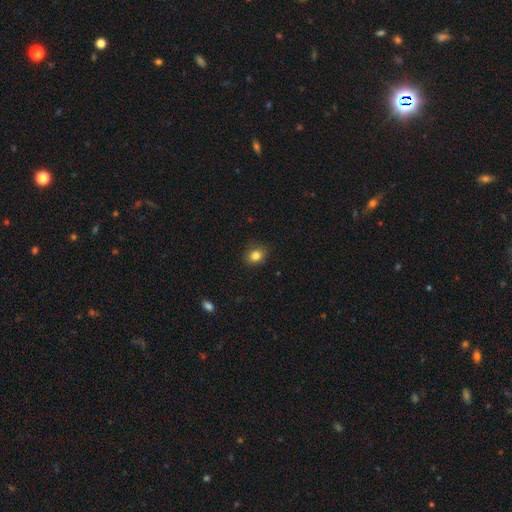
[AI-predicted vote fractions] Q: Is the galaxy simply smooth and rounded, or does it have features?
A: smooth — 83%.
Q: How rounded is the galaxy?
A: round — 59%.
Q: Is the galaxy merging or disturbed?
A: none — 86%.